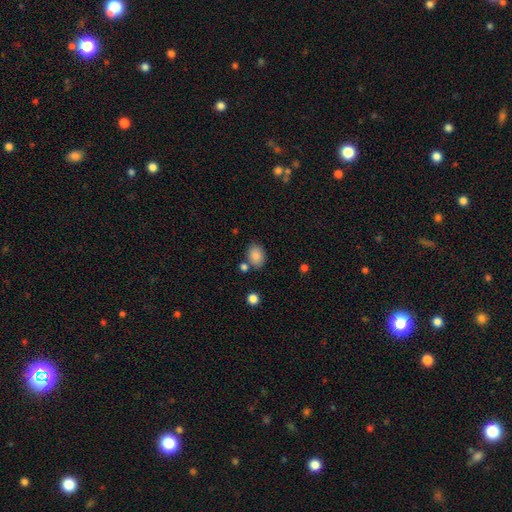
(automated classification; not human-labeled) Smooth or featured? smooth (86%)
How rounded? in between (71%)
Merging? none (74%)